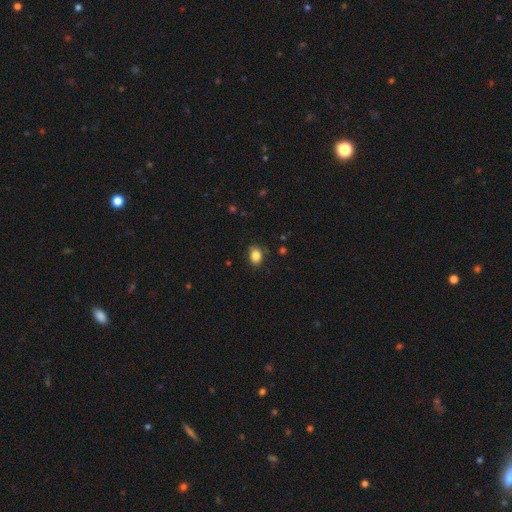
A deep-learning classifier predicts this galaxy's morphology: smooth 85%, star or artifact 10%, featured or disk 6%. Down the decision tree: how rounded — in between (65%); merging — none (82%).